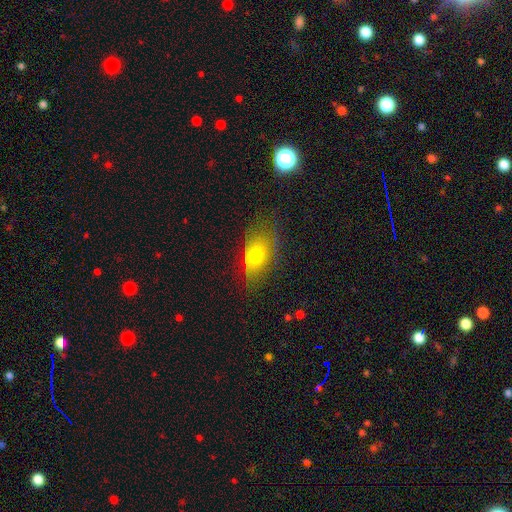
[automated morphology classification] Smooth or featured? Predicted: smooth (p=0.68). How rounded? Predicted: in between (p=0.84). Merging? Predicted: none (p=0.59).